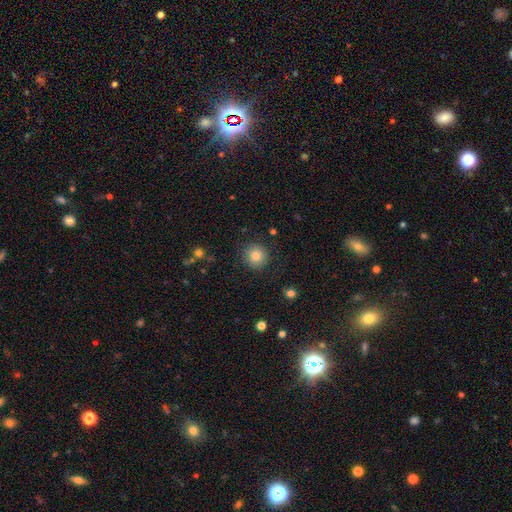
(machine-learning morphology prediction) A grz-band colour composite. It shows a smooth galaxy with no disk features (83%) that is round (93%). Merging: none (89%).